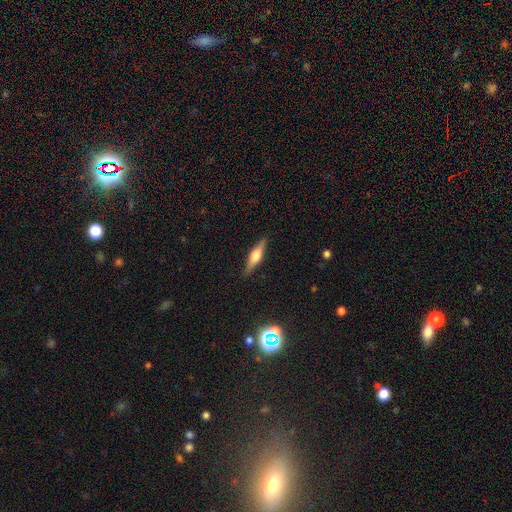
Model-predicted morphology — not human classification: This appears to be a featured or disk galaxy (58%) viewed edge-on (96%) with a rounded central bulge (88%). Merging: none (89%).